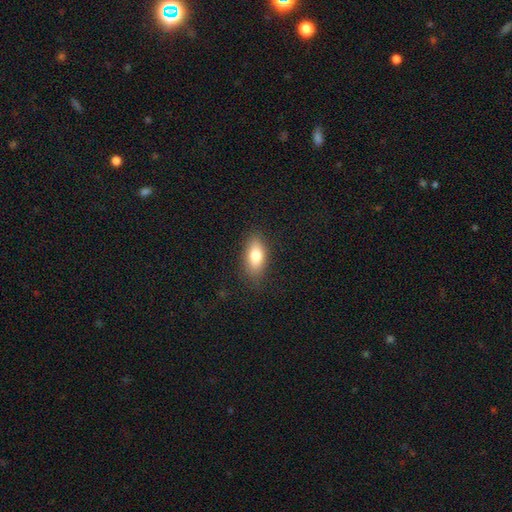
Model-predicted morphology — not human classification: This appears to be a smooth galaxy with no disk features (78%) that is in between round and cigar-shaped (84%). Merging: none (83%).